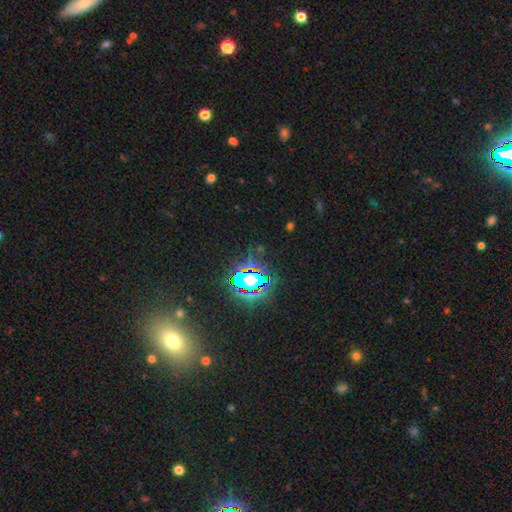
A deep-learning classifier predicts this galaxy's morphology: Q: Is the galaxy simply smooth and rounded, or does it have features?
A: star or artifact — 78%.